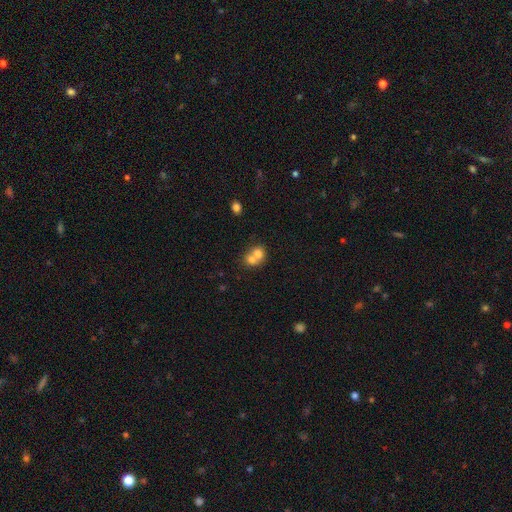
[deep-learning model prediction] Smooth or featured?
  - smooth: 70% *
  - featured or disk: 20%
  - star or artifact: 10%
How rounded?
  - round: 69% *
  - in between: 30%
  - cigar-shaped: 1%
Merging?
  - merger: 68% *
  - none: 24%
  - minor disturbance: 5%
  - major disturbance: 2%